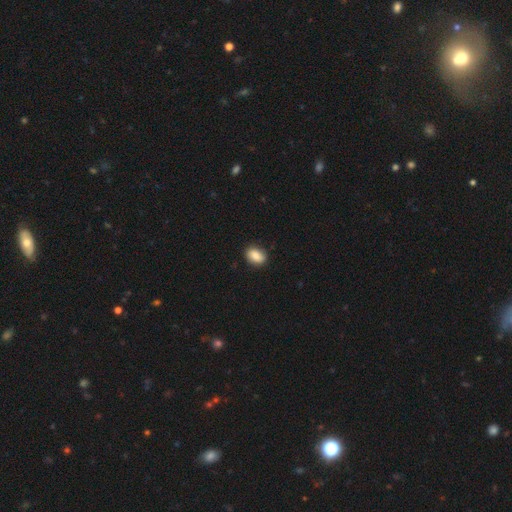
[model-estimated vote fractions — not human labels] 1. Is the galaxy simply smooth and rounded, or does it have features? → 85% smooth, 8% star or artifact, 8% featured or disk.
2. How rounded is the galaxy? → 77% in between, 21% round, 2% cigar-shaped.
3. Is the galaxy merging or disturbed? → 85% none, 12% minor disturbance, 2% major disturbance, 1% merger.